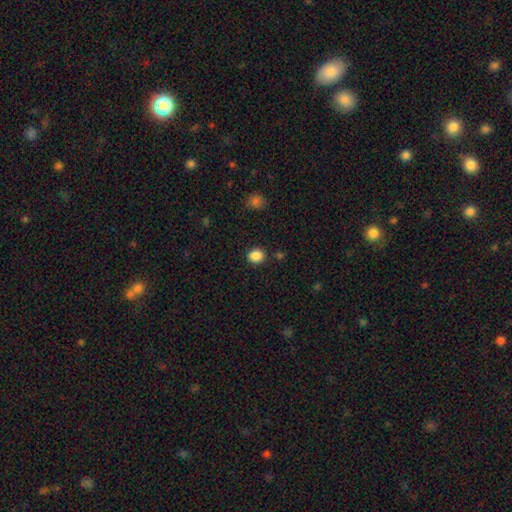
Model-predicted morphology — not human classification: A smooth galaxy with no disk features (87%) that is round (76%). Merging: none (87%).